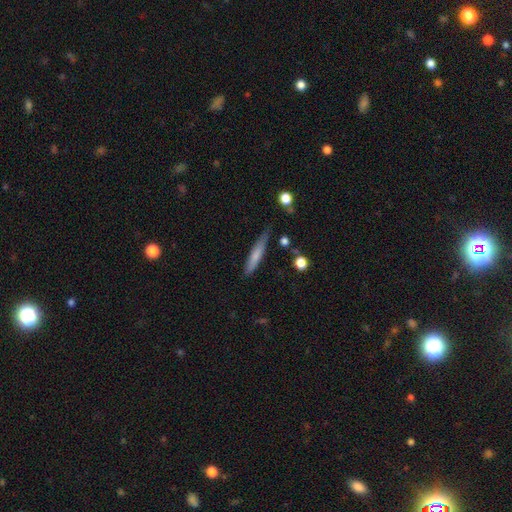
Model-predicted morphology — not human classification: Q: Smooth or featured?
A: smooth (69%); runner-up: featured or disk (25%)
Q: How rounded?
A: cigar-shaped (90%); runner-up: in between (8%)
Q: Merging?
A: none (72%); runner-up: minor disturbance (21%)